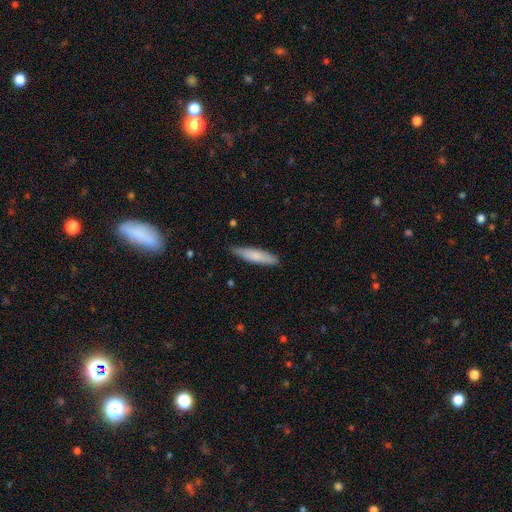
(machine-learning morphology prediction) Overall: smooth (77%). How rounded: cigar-shaped (81%). Merging: none (83%).